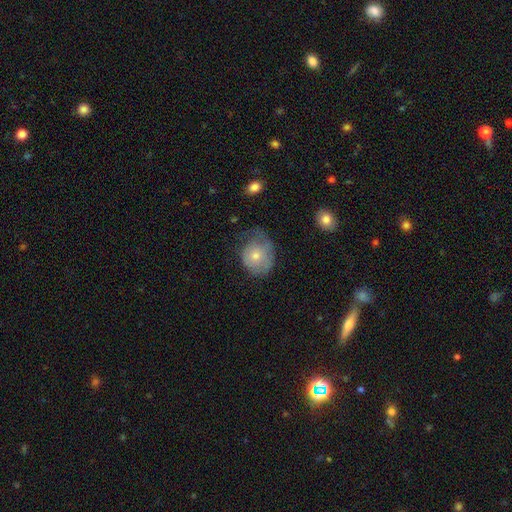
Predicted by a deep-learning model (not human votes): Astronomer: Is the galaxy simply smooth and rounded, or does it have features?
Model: smooth — 53% (runner-up: featured or disk, 39%).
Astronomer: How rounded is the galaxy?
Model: round — 63%.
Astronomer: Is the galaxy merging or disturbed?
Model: none — 39% (runner-up: minor disturbance, 32%).